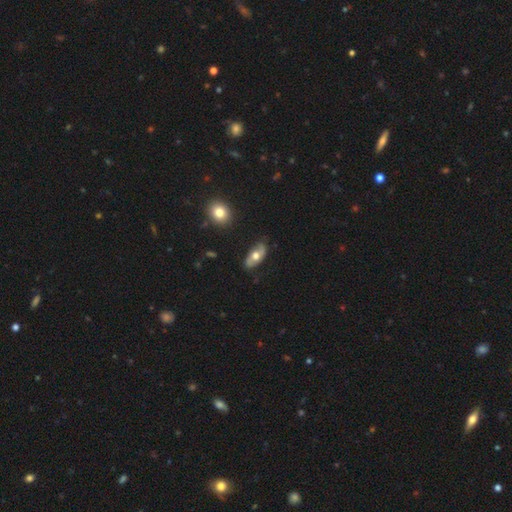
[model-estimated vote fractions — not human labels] featured or disk 50%, smooth 44%, star or artifact 6%. Down the decision tree: merging — none (75%).